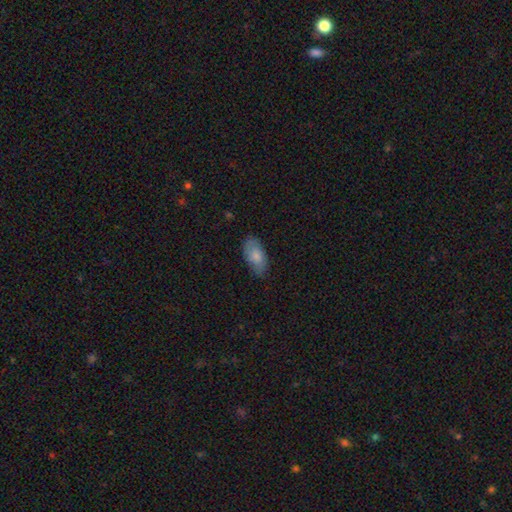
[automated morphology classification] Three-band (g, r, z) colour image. It shows a smooth galaxy with no disk features (79%) that is in between round and cigar-shaped (93%). Merging: none (71%).